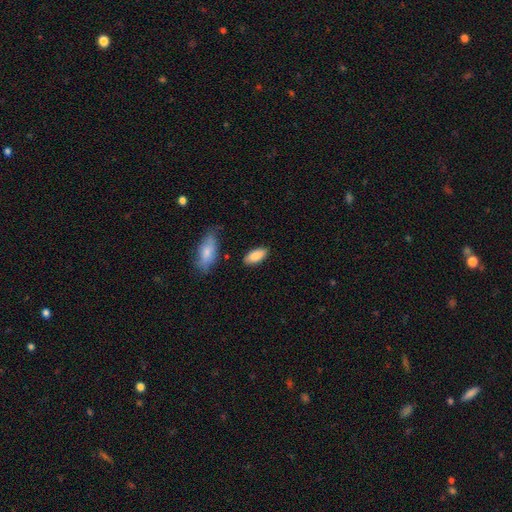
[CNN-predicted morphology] smooth_or_featured: smooth (p=0.88) [alt: featured or disk p=0.06]
how_rounded: in between (p=0.88) [alt: cigar-shaped p=0.10]
merging: none (p=0.82) [alt: minor disturbance p=0.12]